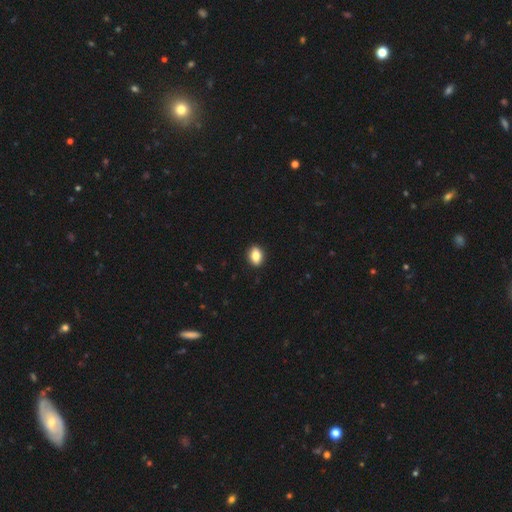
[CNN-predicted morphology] The model was most divided on "how rounded": in between: 75%, round: 23%, cigar-shaped: 2%. More confident: merging — none (91%); smooth or featured — smooth (84%).